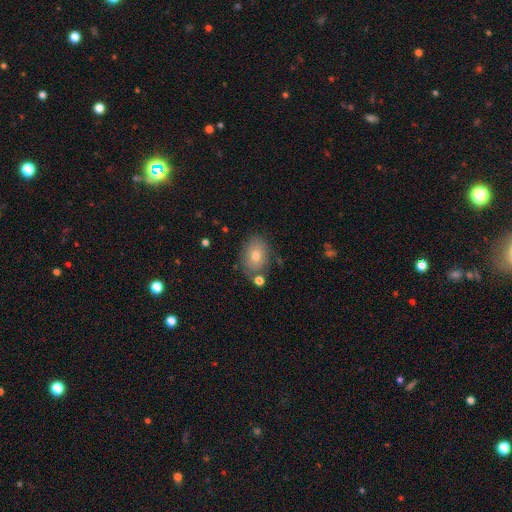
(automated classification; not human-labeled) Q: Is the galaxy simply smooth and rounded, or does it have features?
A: smooth — 70%.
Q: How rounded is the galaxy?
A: in between — 72%.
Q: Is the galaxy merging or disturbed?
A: none — 78%.